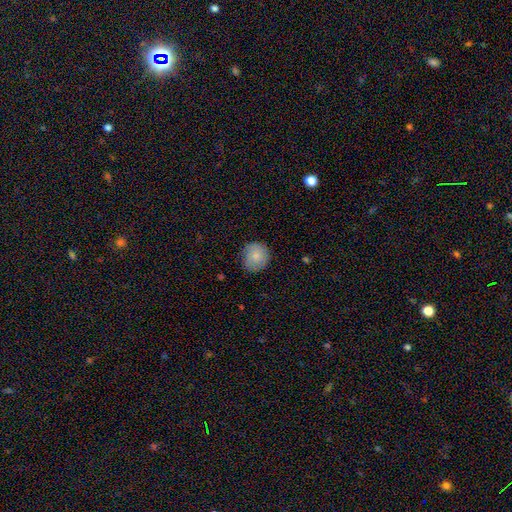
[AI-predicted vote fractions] Smooth or featured? Predicted: smooth (p=0.83). How rounded? Predicted: round (p=0.87). Merging? Predicted: none (p=0.80).